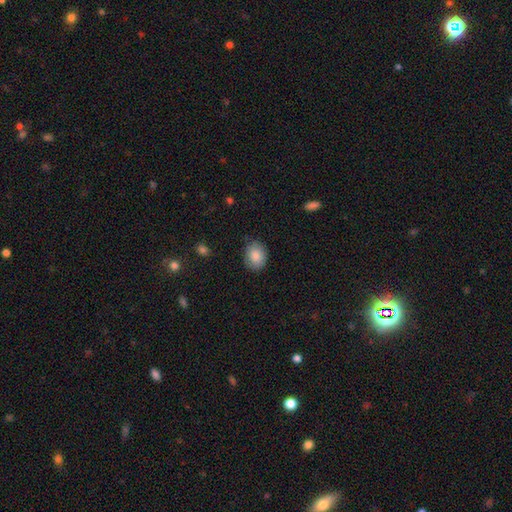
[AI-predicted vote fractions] A smooth galaxy with no disk features (86%) that is in between round and cigar-shaped (53%). Merging: none (80%).